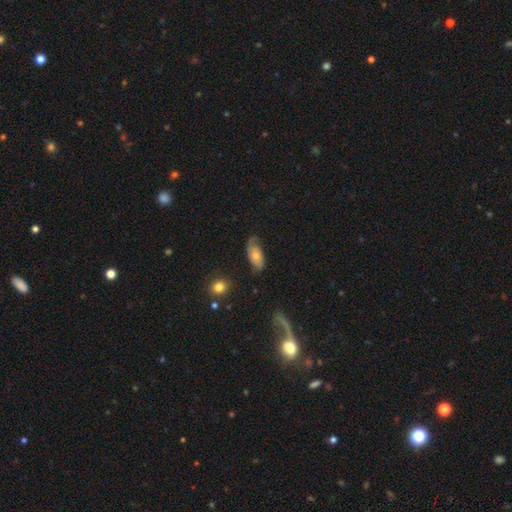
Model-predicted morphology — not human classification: smooth_or_featured: smooth (p=0.48) [alt: featured or disk p=0.45]
merging: none (p=0.54) [alt: minor disturbance p=0.31]